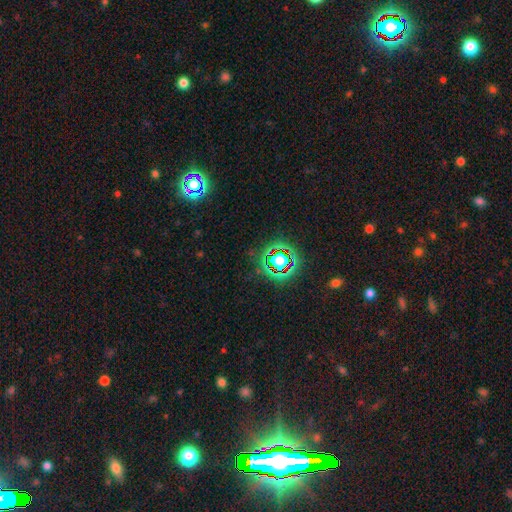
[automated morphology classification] Smooth or featured?
  - star or artifact: 81% *
  - smooth: 12%
  - featured or disk: 8%